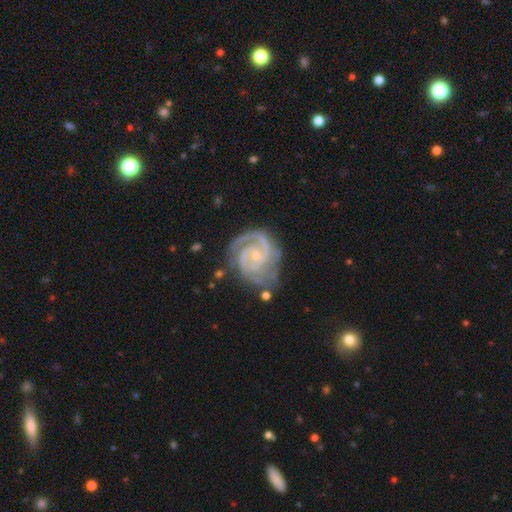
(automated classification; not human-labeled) Morphology: type=featured or disk (93%); edge-on=no (98%); bar=no (56%); spiral arms=yes (99%); winding=tight (67%); arm count=2 (67%); bulge=small (79%); merging=none (70%).